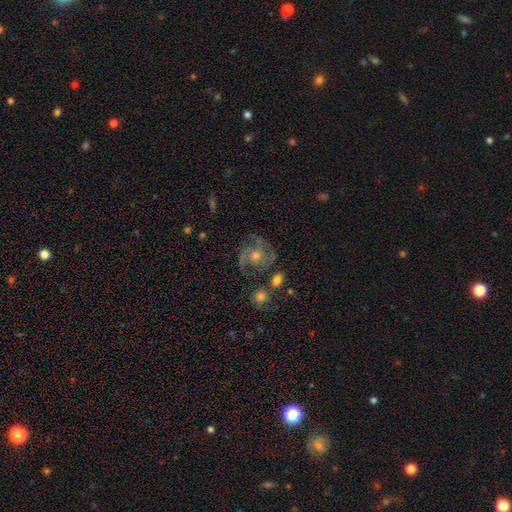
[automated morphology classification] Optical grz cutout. It shows a featured or disk galaxy (80%) with no bar (72%), 3 (37%) medium (46%) spiral arms (95%) and a moderate central bulge (65%). Merging: none (71%).